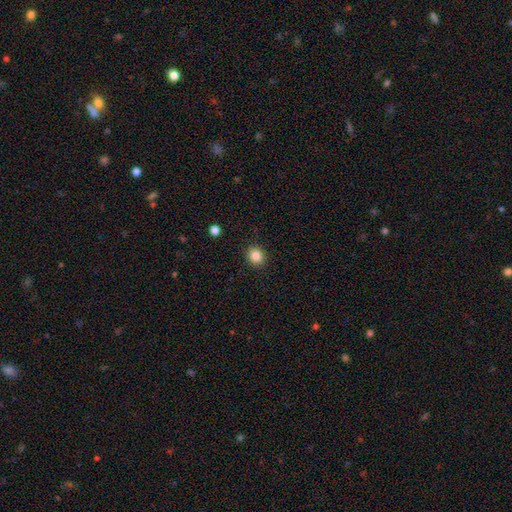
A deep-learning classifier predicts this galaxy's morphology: The model was most divided on "how rounded": round: 79%, in between: 20%, cigar-shaped: 1%. More confident: merging — none (91%); smooth or featured — smooth (85%).